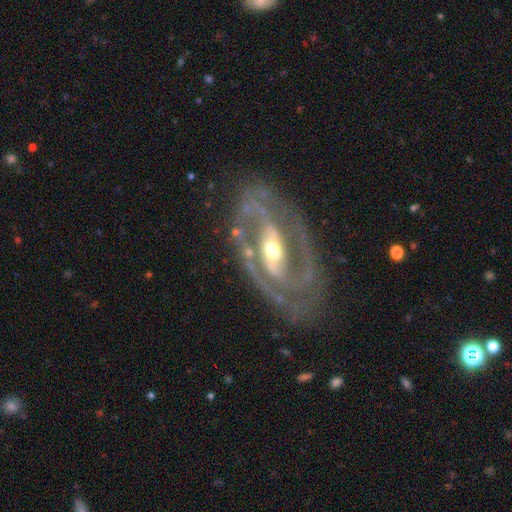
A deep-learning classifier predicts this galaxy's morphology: The model was most divided on "spiral winding": tight: 49%, medium: 41%, loose: 10%. Remaining: edge-on disk — no (94%); spiral arms — yes (94%); smooth or featured — featured or disk (90%); spiral arm count — 2 (79%); merging — none (79%); bulge size — moderate (57%); bar — strong (45%).